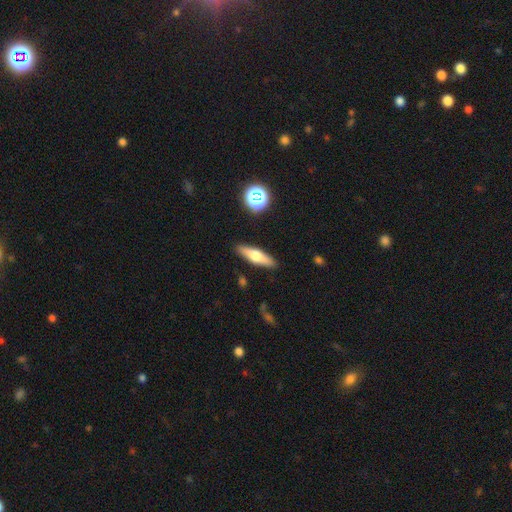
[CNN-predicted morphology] Smooth or featured: smooth — 50% (featured or disk — 43%)
Merging: none — 89% (minor disturbance — 8%)